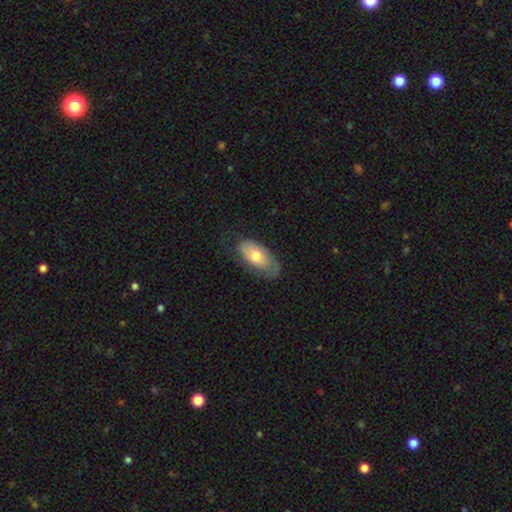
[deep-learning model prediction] smooth-or-featured: smooth: 64% | featured or disk: 30% | star or artifact: 6%
  how-rounded: in between: 91% | cigar-shaped: 5% | round: 4%
  merging: none: 60% | minor disturbance: 28% | major disturbance: 11% | merger: 1%